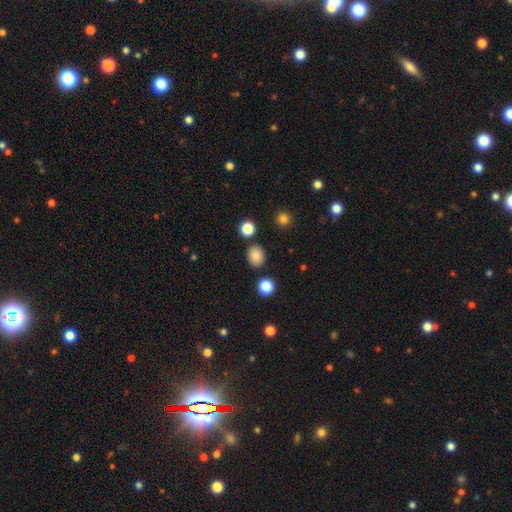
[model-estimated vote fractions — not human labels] This appears to be a smooth galaxy with no disk features (84%) that is round (55%). Merging: none (85%).